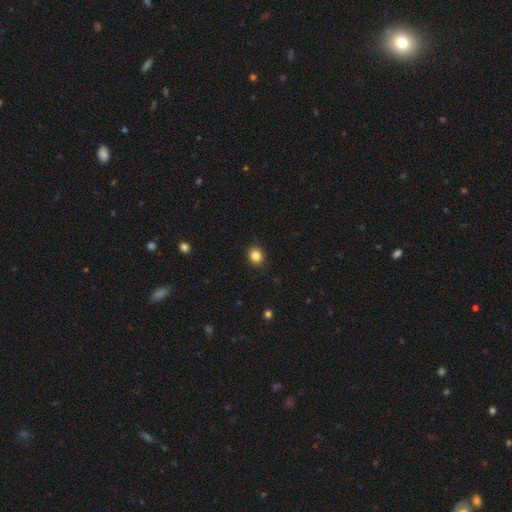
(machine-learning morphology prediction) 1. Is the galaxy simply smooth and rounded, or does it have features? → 84% smooth, 10% star or artifact, 5% featured or disk.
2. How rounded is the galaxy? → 74% round, 25% in between, 1% cigar-shaped.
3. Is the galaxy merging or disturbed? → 90% none, 7% minor disturbance, 2% major disturbance, 1% merger.